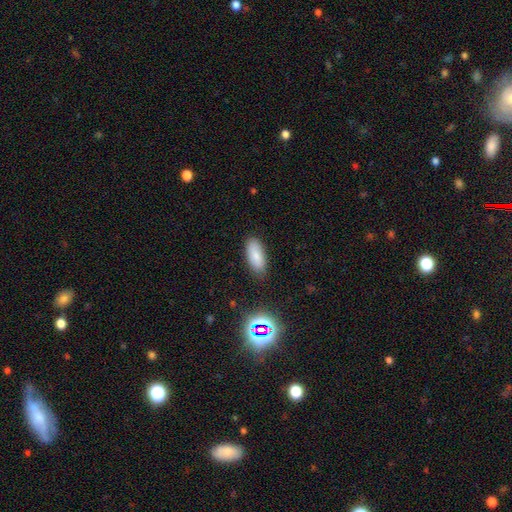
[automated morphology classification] smooth_or_featured: smooth (p=0.82) [alt: featured or disk p=0.09]
how_rounded: in between (p=0.84) [alt: cigar-shaped p=0.14]
merging: none (p=0.84) [alt: minor disturbance p=0.12]